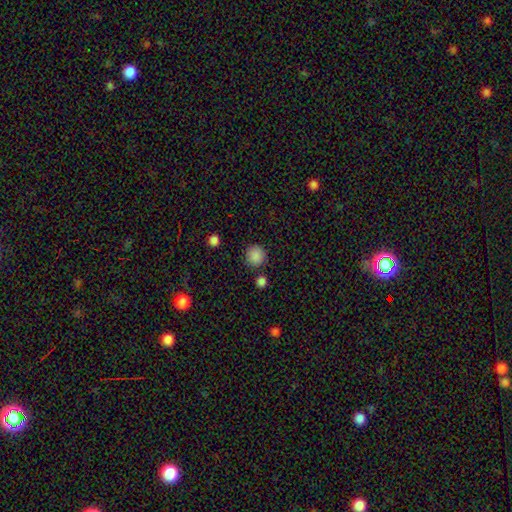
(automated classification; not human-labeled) Smooth or featured?
  - smooth: 87% *
  - star or artifact: 10%
  - featured or disk: 3%
How rounded?
  - round: 92% *
  - in between: 7%
  - cigar-shaped: 1%
Merging?
  - none: 85% *
  - minor disturbance: 8%
  - merger: 4%
  - major disturbance: 3%